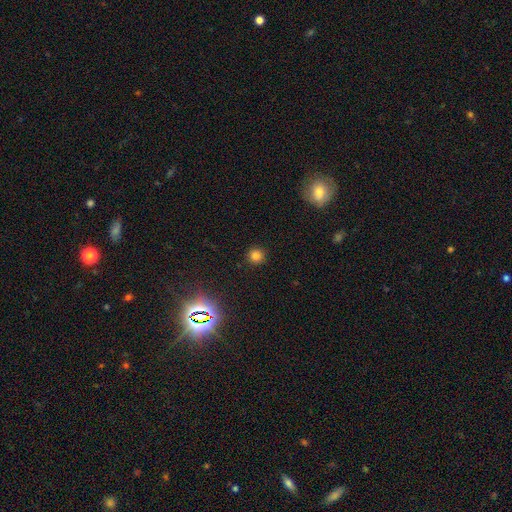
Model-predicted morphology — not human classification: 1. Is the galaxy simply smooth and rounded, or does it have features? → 78% smooth, 17% star or artifact, 5% featured or disk.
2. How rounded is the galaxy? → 93% round, 6% in between, 1% cigar-shaped.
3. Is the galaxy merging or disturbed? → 91% none, 6% minor disturbance, 2% major disturbance, 1% merger.